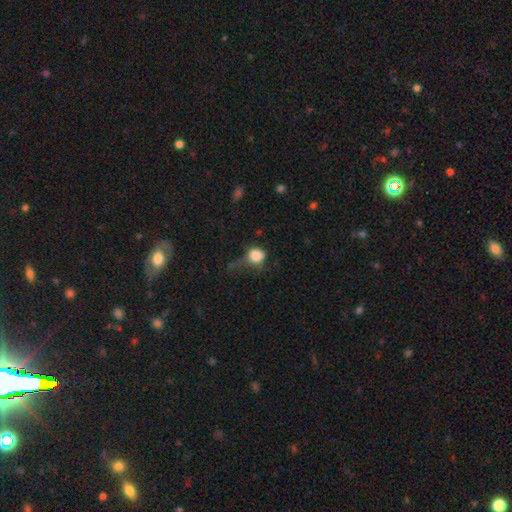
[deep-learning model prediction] The model was most divided on "merging": none: 41%, minor disturbance: 33%, major disturbance: 22%, merger: 4%. More confident: smooth or featured — smooth (82%); how rounded — round (79%).